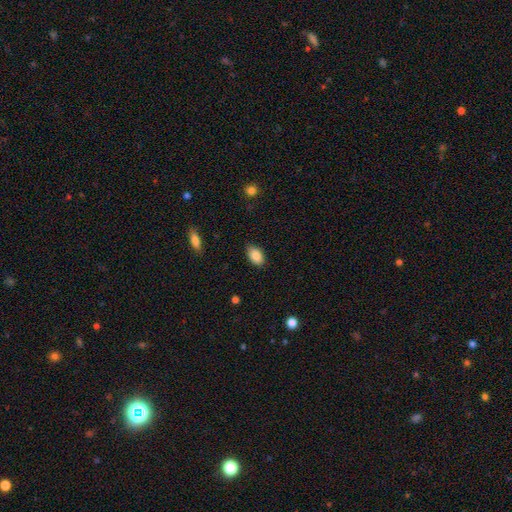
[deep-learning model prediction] smooth 87%, star or artifact 7%, featured or disk 6%. Down the decision tree: how rounded — in between (90%); merging — none (85%).